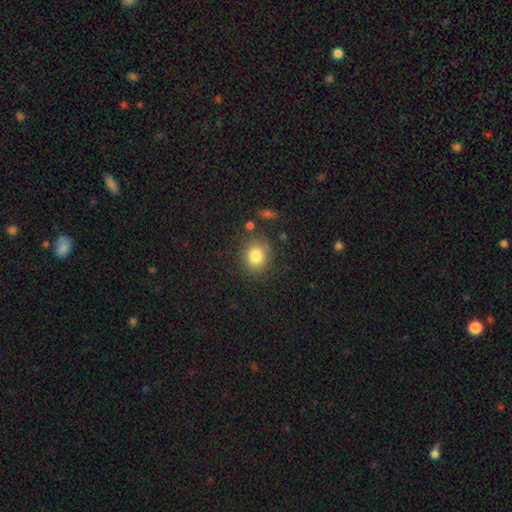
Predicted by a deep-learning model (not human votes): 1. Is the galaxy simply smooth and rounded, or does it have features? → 83% smooth, 10% star or artifact, 7% featured or disk.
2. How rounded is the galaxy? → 72% round, 27% in between, 1% cigar-shaped.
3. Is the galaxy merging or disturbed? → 80% none, 12% minor disturbance, 4% merger, 4% major disturbance.